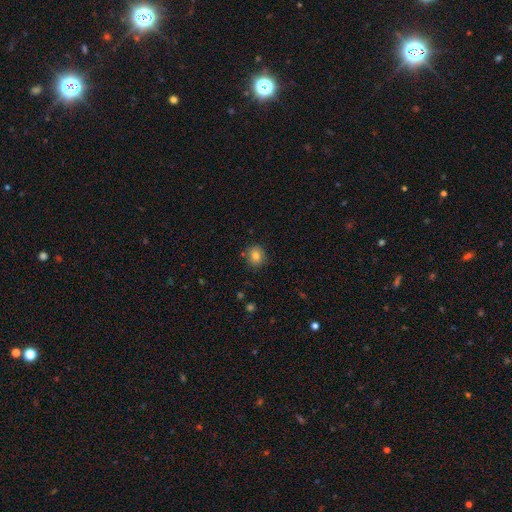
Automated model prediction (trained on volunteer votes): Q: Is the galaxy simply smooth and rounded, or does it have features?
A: smooth — 81%.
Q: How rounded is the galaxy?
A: round — 81%.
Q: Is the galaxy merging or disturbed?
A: none — 84%.